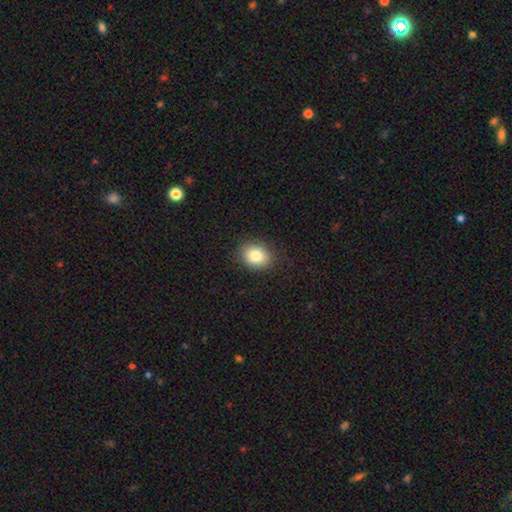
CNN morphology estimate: smooth 84%, star or artifact 9%, featured or disk 7%. Down the decision tree: how rounded — in between (57%); merging — none (88%).